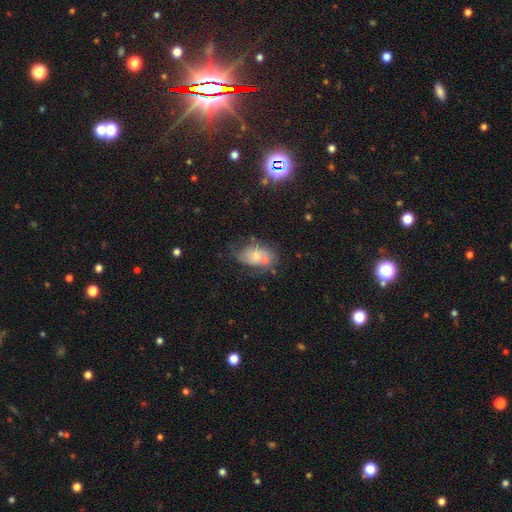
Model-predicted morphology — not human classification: Smooth or featured? Predicted: featured or disk (p=0.45). Merging? Predicted: none (p=0.47).